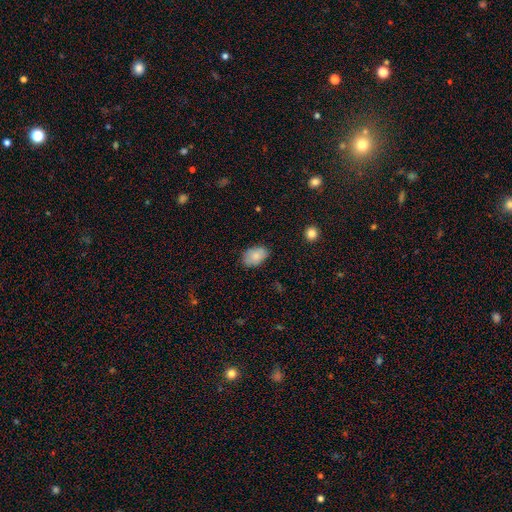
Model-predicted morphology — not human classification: This appears to be a smooth galaxy with no disk features (80%) that is in between round and cigar-shaped (88%). Merging: none (78%).